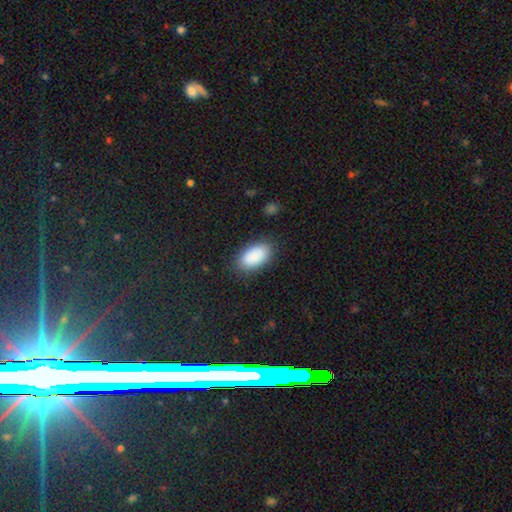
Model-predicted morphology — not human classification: Smooth or featured: smooth — 89% (star or artifact — 7%)
How rounded: in between — 95% (round — 3%)
Merging: none — 86% (minor disturbance — 10%)